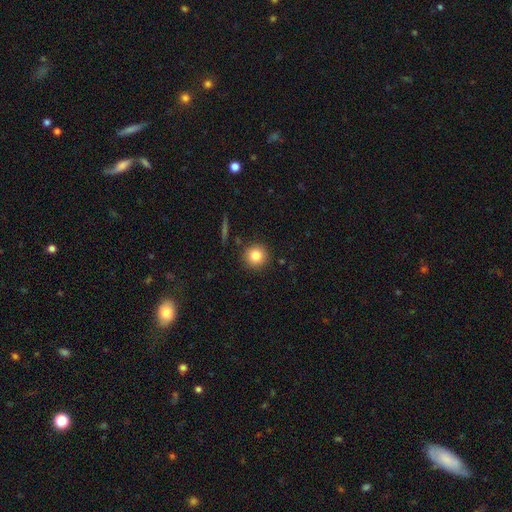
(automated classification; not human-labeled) A smooth galaxy with no disk features (82%) that is round (95%).

Vote fractions:
- Smooth or featured? smooth: 82% / star or artifact: 10% / featured or disk: 8%
- How rounded? round: 95% / in between: 4% / cigar-shaped: 1%
- Merging? none: 89% / minor disturbance: 6% / major disturbance: 2% / merger: 2%